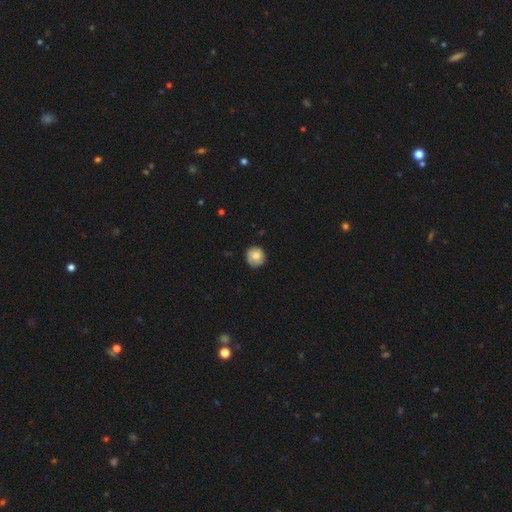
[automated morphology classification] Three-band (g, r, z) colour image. It shows a smooth galaxy with no disk features (74%) that is round (91%). Merging: none (77%).